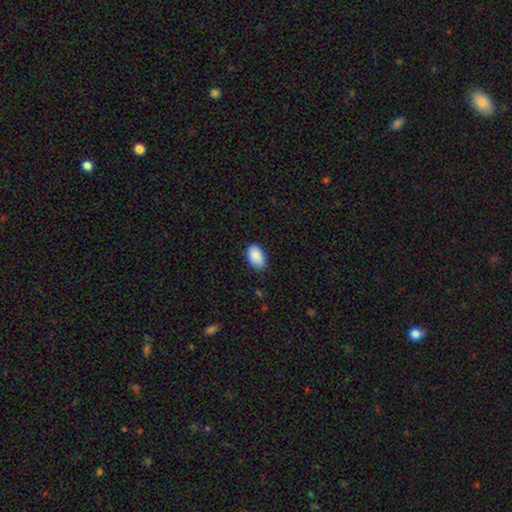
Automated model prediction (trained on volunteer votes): Smooth or featured? Predicted: smooth (p=0.88). How rounded? Predicted: in between (p=0.92). Merging? Predicted: none (p=0.80).